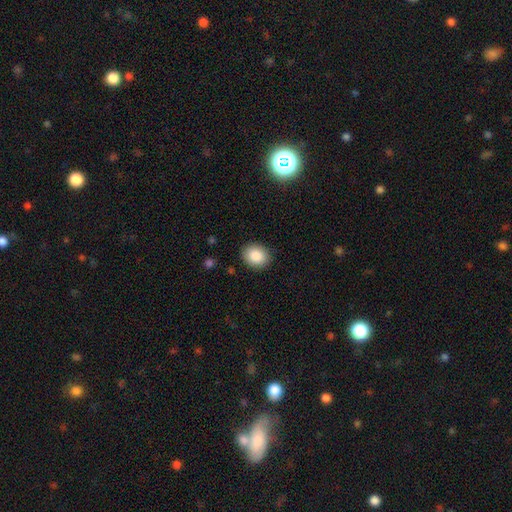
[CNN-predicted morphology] smooth 87%, star or artifact 8%, featured or disk 5%. Down the decision tree: how rounded — round (51%); merging — none (89%).